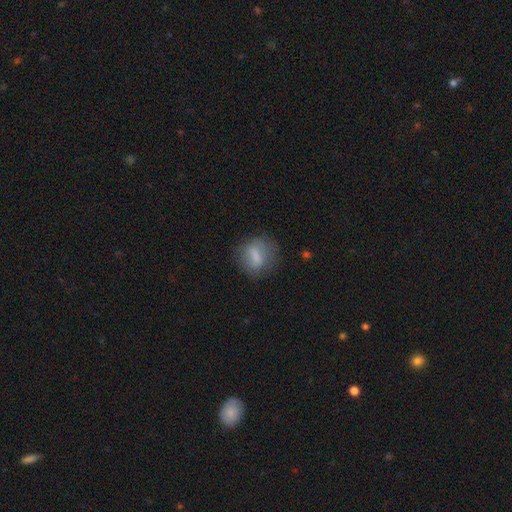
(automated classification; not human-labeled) A smooth galaxy with no disk features (66%) that is round (52%). Merging: none (70%).